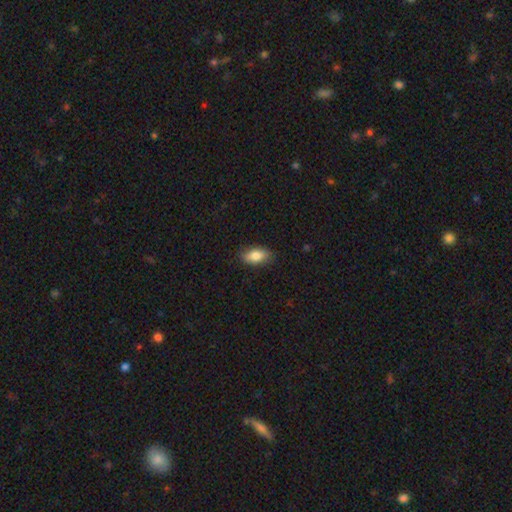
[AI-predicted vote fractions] smooth-or-featured: smooth: 82% | featured or disk: 11% | star or artifact: 7%
  how-rounded: in between: 90% | cigar-shaped: 6% | round: 5%
  merging: none: 86% | minor disturbance: 11% | major disturbance: 2% | merger: 1%